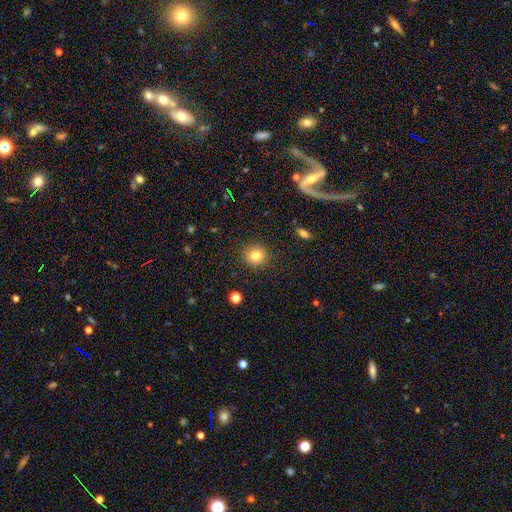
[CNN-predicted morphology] Smooth or featured?
  - smooth: 81% *
  - star or artifact: 11%
  - featured or disk: 8%
How rounded?
  - round: 88% *
  - in between: 11%
  - cigar-shaped: 1%
Merging?
  - none: 90% *
  - minor disturbance: 7%
  - major disturbance: 2%
  - merger: 1%